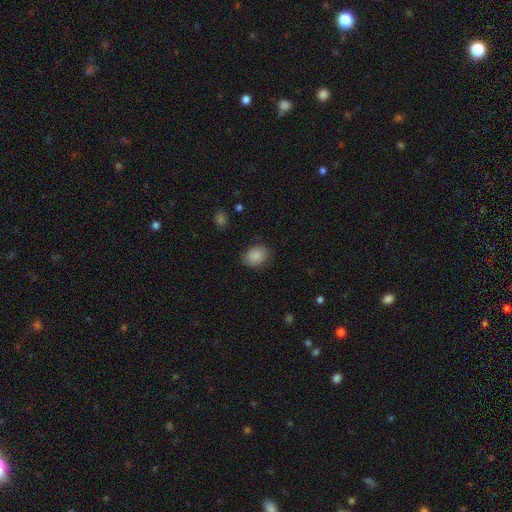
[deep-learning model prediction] The model was most divided on "how rounded": in between: 59%, round: 40%, cigar-shaped: 1%. More confident: smooth or featured — smooth (87%); merging — none (82%).